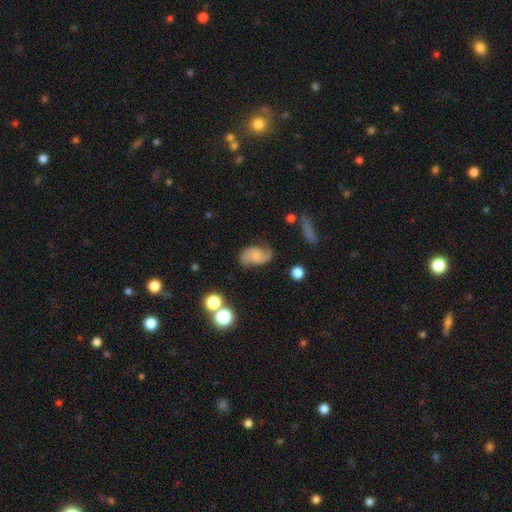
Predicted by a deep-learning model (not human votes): Smooth or featured?
  - featured or disk: 68% *
  - smooth: 23%
  - star or artifact: 9%
Edge-on disk?
  - no: 97% *
  - yes: 3%
Bar?
  - no: 63% *
  - weak: 31%
  - strong: 6%
Spiral arms?
  - yes: 94% *
  - no: 6%
Spiral winding?
  - loose: 45% *
  - medium: 41%
  - tight: 14%
Spiral arm count?
  - 2: 90% *
  - can't tell: 4%
  - 1: 3%
  - 3: 1%
  - 4: 1%
  - more than 4: 1%
Bulge size?
  - small: 38% *
  - none: 36%
  - moderate: 20%
  - large: 4%
  - dominant: 2%
Merging?
  - none: 68% *
  - minor disturbance: 21%
  - major disturbance: 9%
  - merger: 3%